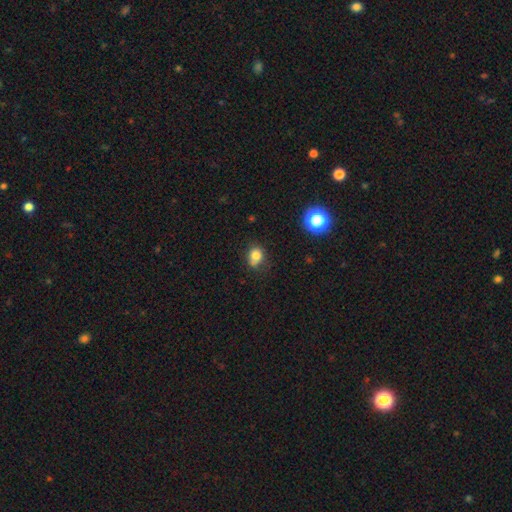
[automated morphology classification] smooth-or-featured: smooth: 78% | star or artifact: 13% | featured or disk: 9%
  how-rounded: round: 65% | in between: 34% | cigar-shaped: 1%
  merging: none: 57% | minor disturbance: 22% | merger: 15% | major disturbance: 6%